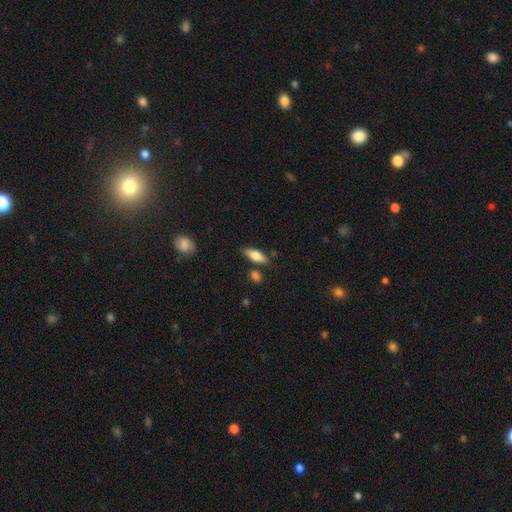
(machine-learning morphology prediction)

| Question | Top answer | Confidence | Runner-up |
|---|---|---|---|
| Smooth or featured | smooth | 74% | featured or disk (20%) |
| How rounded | in between | 68% | cigar-shaped (29%) |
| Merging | none | 77% | minor disturbance (14%) |